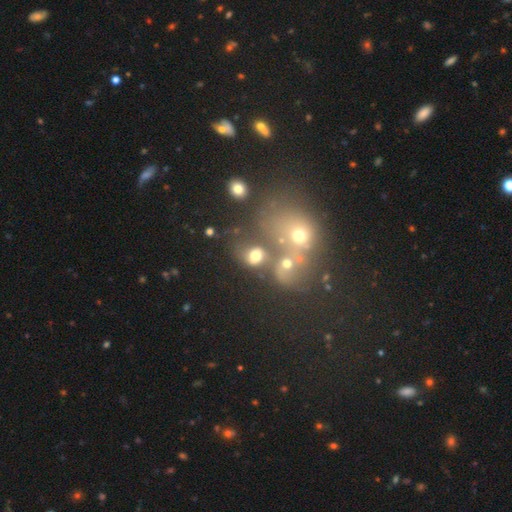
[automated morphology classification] Smooth or featured: smooth — 64% (featured or disk — 19%)
How rounded: round — 54% (in between — 45%)
Merging: merger — 41% (none — 34%)